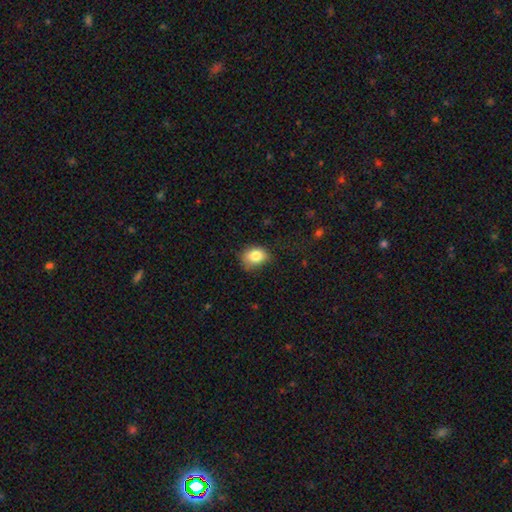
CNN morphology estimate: Smooth or featured? Predicted: smooth (p=0.83). How rounded? Predicted: in between (p=0.53). Merging? Predicted: none (p=0.61).